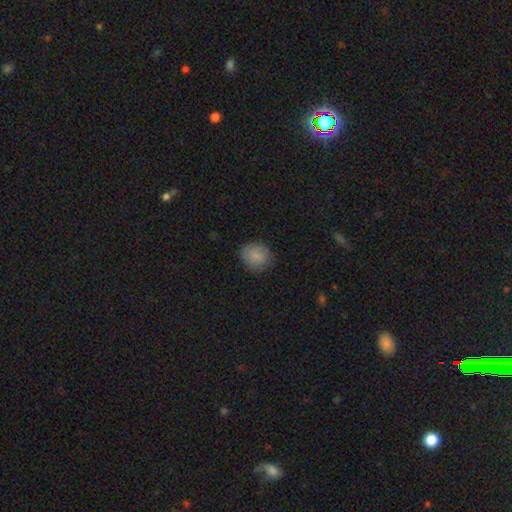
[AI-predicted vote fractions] This appears to be a smooth galaxy with no disk features (84%) that is round (67%). Merging: none (81%).